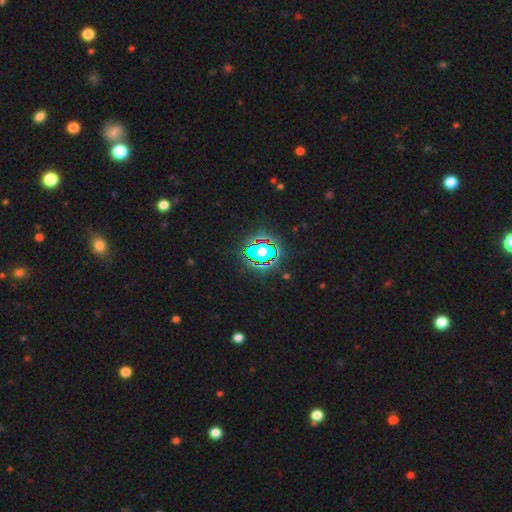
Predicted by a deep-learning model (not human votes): Smooth or featured?
  - star or artifact: 80% *
  - smooth: 12%
  - featured or disk: 8%